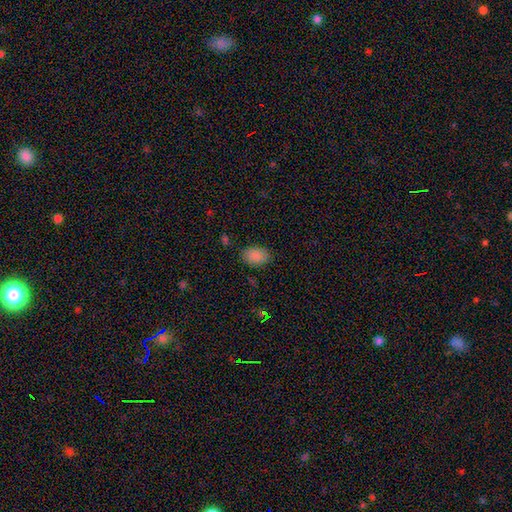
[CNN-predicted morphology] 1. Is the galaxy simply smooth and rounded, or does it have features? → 87% smooth, 9% star or artifact, 4% featured or disk.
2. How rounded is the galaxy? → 86% in between, 13% round, 1% cigar-shaped.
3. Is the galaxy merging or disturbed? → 83% none, 13% minor disturbance, 3% major disturbance, 2% merger.